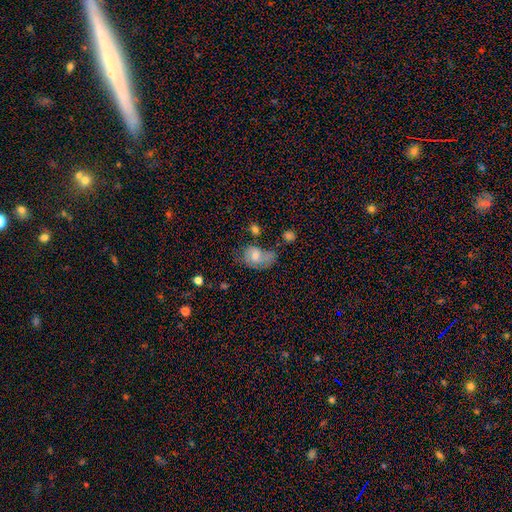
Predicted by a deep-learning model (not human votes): Morphology: type=smooth (51%); roundness=in between (77%); merging=major disturbance (34%).